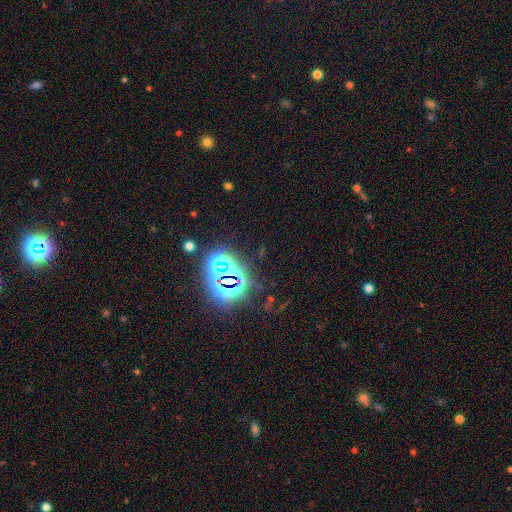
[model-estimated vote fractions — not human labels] This appears to be a star or artifact, not a galaxy (78%).